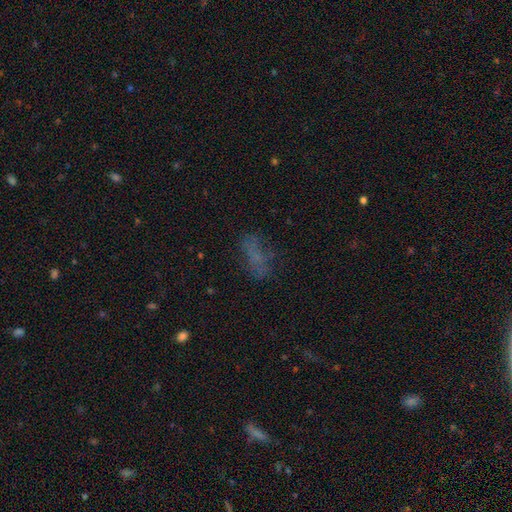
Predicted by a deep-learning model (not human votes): Overall: smooth (52%; featured or disk 26%). How rounded: in between (76%). Merging: none (56%; minor disturbance 20%).